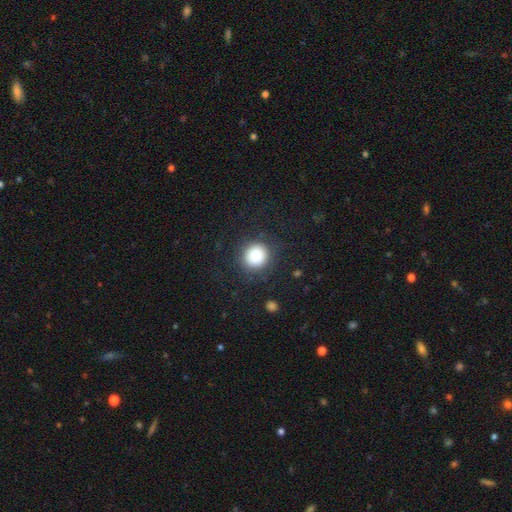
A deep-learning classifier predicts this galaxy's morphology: Smooth or featured? smooth (87%)
How rounded? round (90%)
Merging? none (86%)